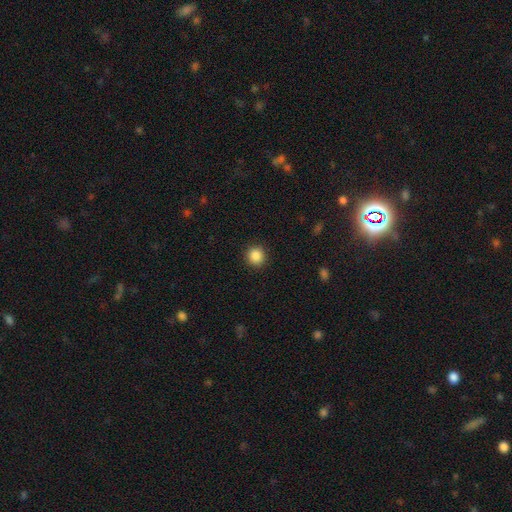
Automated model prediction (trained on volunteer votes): Q: Smooth or featured?
A: smooth (87%); runner-up: star or artifact (10%)
Q: How rounded?
A: round (92%); runner-up: in between (7%)
Q: Merging?
A: none (92%); runner-up: minor disturbance (5%)